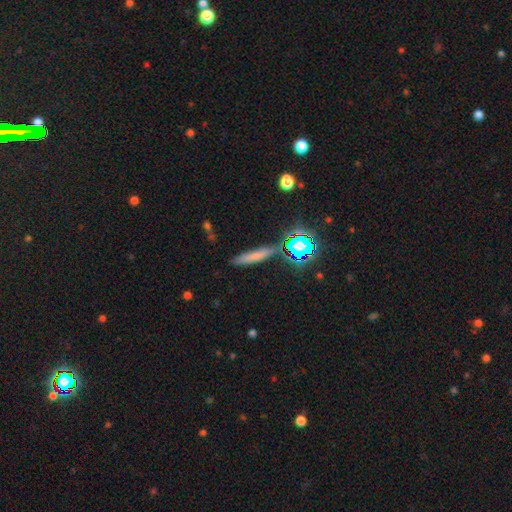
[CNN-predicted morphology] This is likely a smooth galaxy (61%). How rounded: clearly cigar-shaped (86%). Merging: clearly none (80%).